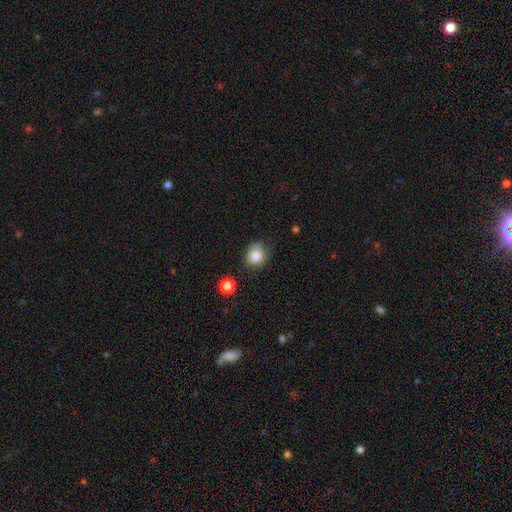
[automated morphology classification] This appears to be a smooth galaxy with no disk features (81%) that is round (76%). Merging: none (72%).